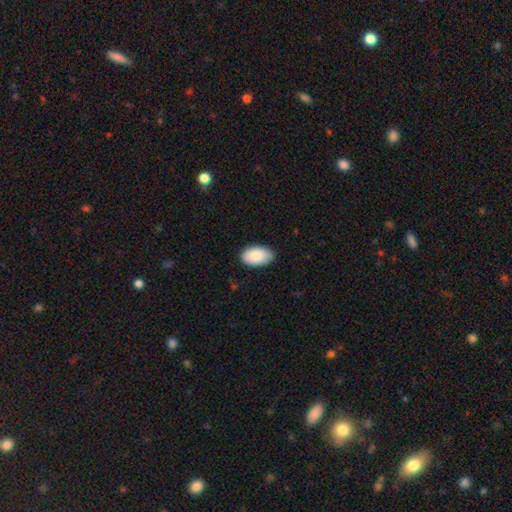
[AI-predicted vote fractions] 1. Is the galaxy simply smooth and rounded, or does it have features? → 87% smooth, 7% featured or disk, 6% star or artifact.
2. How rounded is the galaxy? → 95% in between, 3% round, 1% cigar-shaped.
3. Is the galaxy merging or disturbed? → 86% none, 11% minor disturbance, 2% major disturbance, 1% merger.